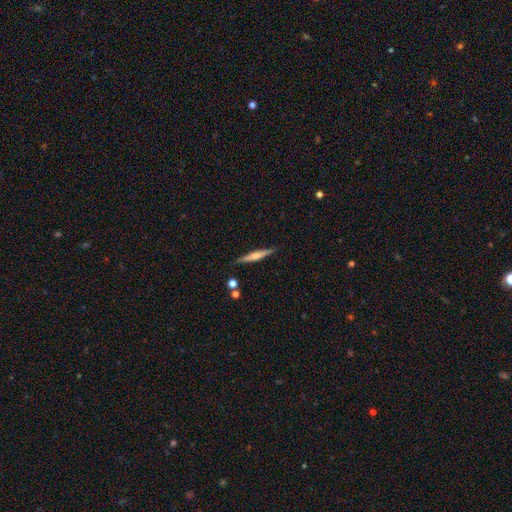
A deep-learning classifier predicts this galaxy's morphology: Smooth or featured? featured or disk (50%)
Edge-on disk? yes (97%)
Merging? none (87%)